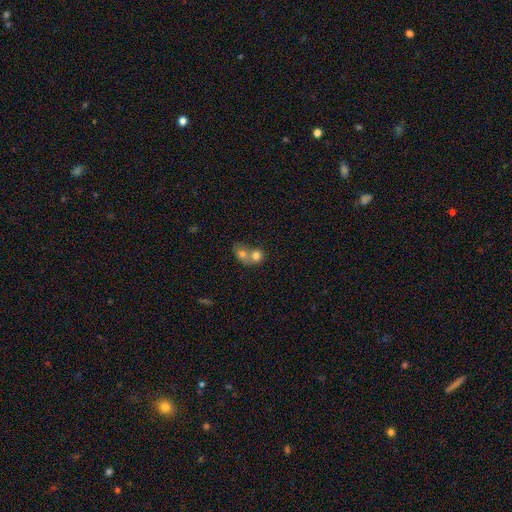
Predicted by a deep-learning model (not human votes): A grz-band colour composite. It shows a smooth galaxy with no disk features (69%) that is round (66%). Merging: merger (71%).